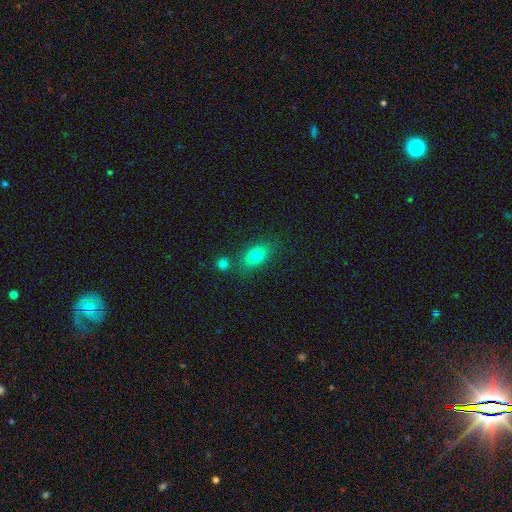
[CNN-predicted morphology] Q: Smooth or featured?
A: smooth (80%); runner-up: featured or disk (11%)
Q: How rounded?
A: in between (84%); runner-up: round (11%)
Q: Merging?
A: none (73%); runner-up: minor disturbance (13%)